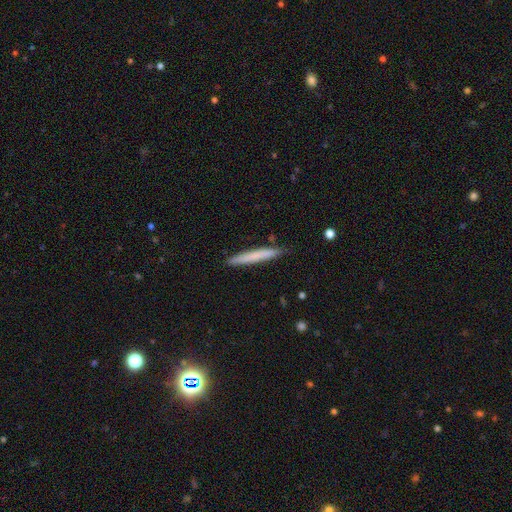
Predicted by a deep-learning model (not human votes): This is likely a smooth galaxy (69%). How rounded: clearly cigar-shaped (96%). Merging: clearly none (87%).